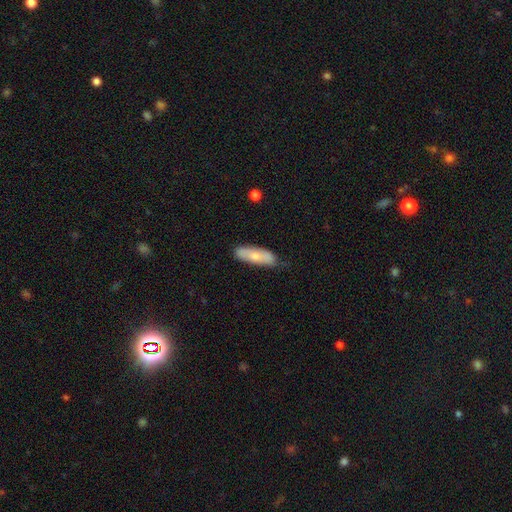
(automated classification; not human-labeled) Smooth or featured?
  - smooth: 70% *
  - featured or disk: 24%
  - star or artifact: 6%
How rounded?
  - in between: 52% *
  - cigar-shaped: 46%
  - round: 2%
Merging?
  - none: 68% *
  - minor disturbance: 26%
  - major disturbance: 4%
  - merger: 2%